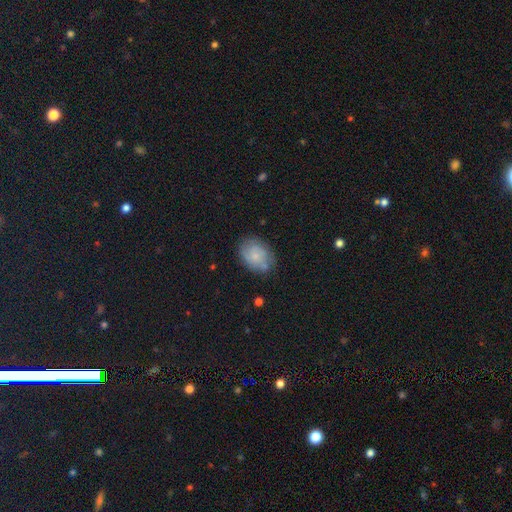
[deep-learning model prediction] A smooth galaxy with no disk features (66%) that is in between round and cigar-shaped (72%).

Vote fractions:
- Smooth or featured? smooth: 66% / featured or disk: 26% / star or artifact: 8%
- How rounded? in between: 72% / round: 27% / cigar-shaped: 1%
- Merging? none: 69% / minor disturbance: 21% / major disturbance: 6% / merger: 4%